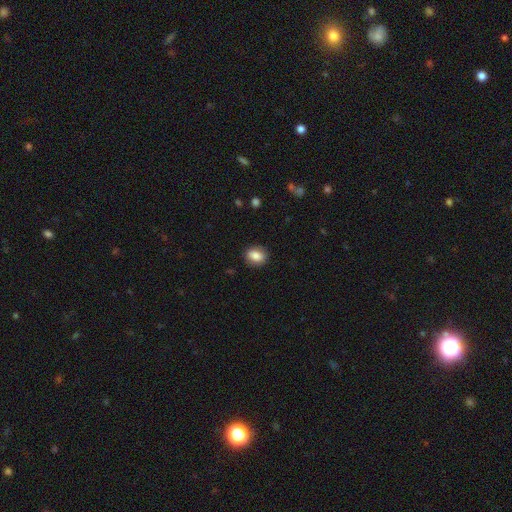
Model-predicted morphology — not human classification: type=smooth (85%); roundness=in between (63%); merging=none (87%).